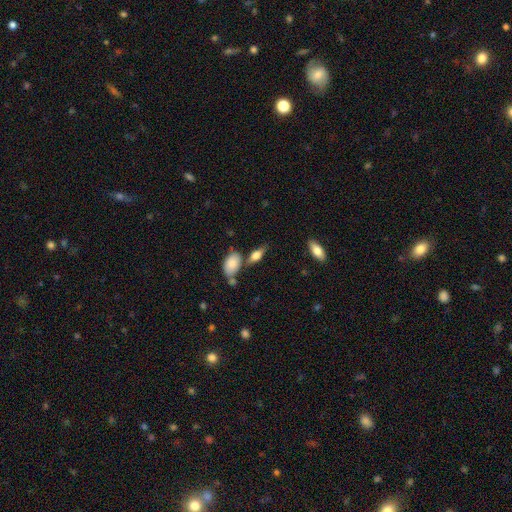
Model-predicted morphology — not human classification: type=smooth (66%); roundness=in between (74%); merging=none (63%).